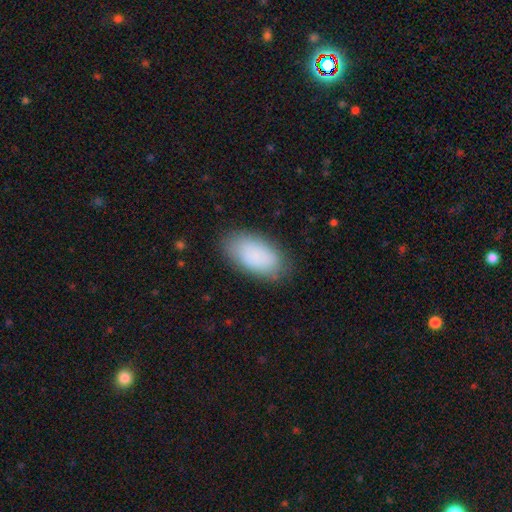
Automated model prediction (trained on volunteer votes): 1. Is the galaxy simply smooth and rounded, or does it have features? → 86% smooth, 7% featured or disk, 7% star or artifact.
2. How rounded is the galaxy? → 94% in between, 3% round, 3% cigar-shaped.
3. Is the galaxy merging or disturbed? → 83% none, 12% minor disturbance, 4% major disturbance, 1% merger.